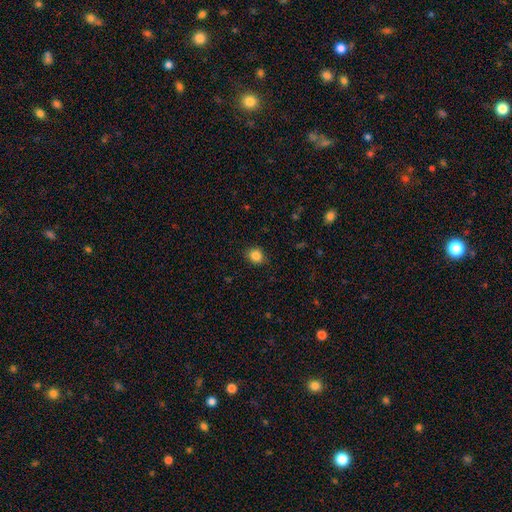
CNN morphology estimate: This appears to be a smooth galaxy with no disk features (85%) that is round (69%). Merging: none (87%).